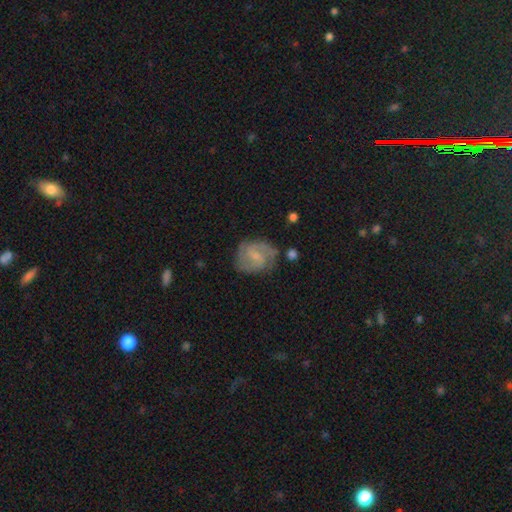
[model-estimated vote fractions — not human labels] This is likely a featured or disk galaxy (76%). It is clearly not viewed edge-on (98%). Bar: possibly weak (53%). Spiral arm pattern: clearly yes (94%). Spiral arm count: likely 2 (67%). Spiral winding: possibly medium (50%). Central bulge: possibly small (58%). Merging: likely none (70%).